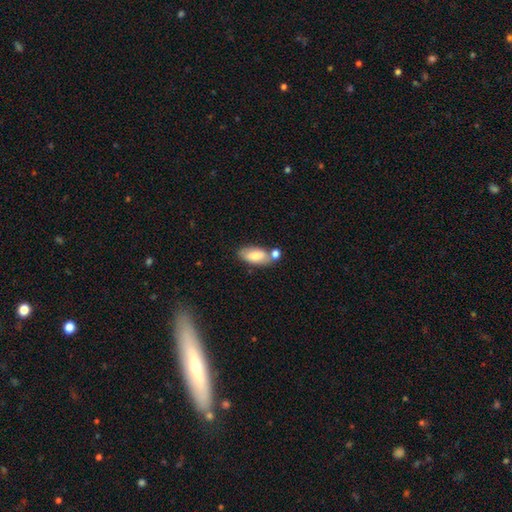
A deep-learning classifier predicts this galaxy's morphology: A smooth galaxy with no disk features (74%) that is in between round and cigar-shaped (88%).

Vote fractions:
- Smooth or featured? smooth: 74% / featured or disk: 20% / star or artifact: 6%
- How rounded? in between: 88% / cigar-shaped: 9% / round: 3%
- Merging? none: 53% / merger: 27% / minor disturbance: 16% / major disturbance: 4%